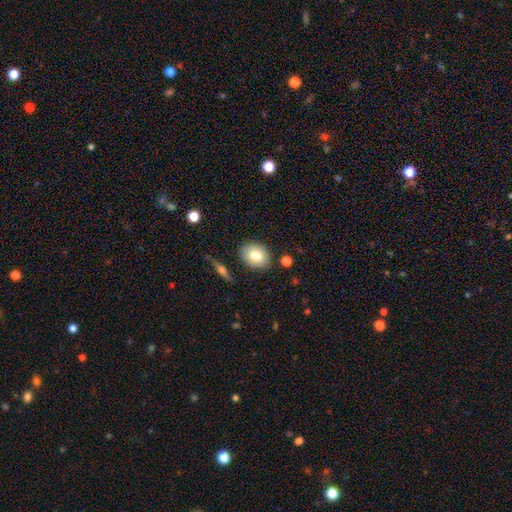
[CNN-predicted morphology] The model was most divided on "how rounded": in between: 67%, round: 32%, cigar-shaped: 1%. More confident: merging — none (84%); smooth or featured — smooth (77%).